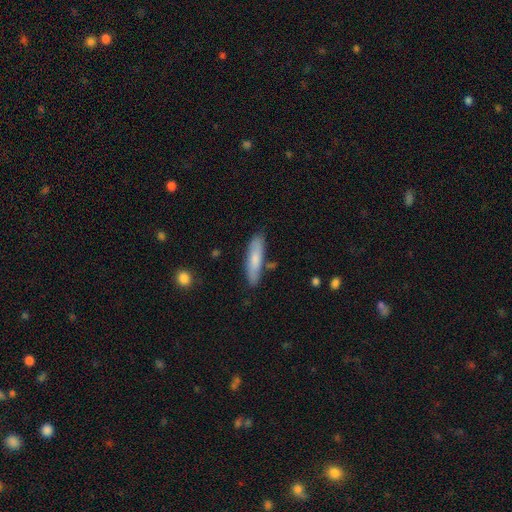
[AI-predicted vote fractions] smooth_or_featured: smooth (p=0.74) [alt: featured or disk p=0.20]
how_rounded: cigar-shaped (p=0.78) [alt: in between p=0.21]
merging: none (p=0.82) [alt: minor disturbance p=0.13]